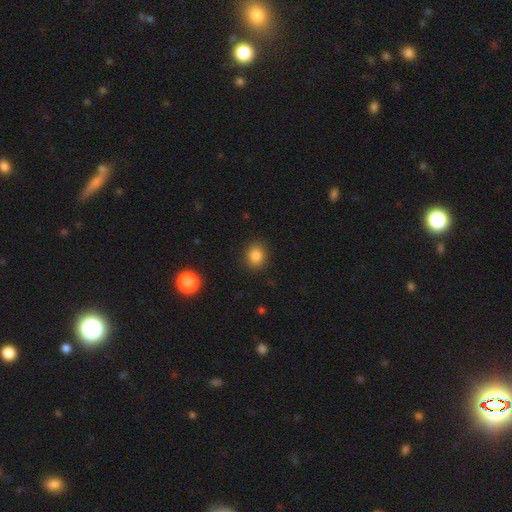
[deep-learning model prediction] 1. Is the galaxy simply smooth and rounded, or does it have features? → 84% smooth, 11% star or artifact, 5% featured or disk.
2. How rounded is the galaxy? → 69% round, 30% in between, 1% cigar-shaped.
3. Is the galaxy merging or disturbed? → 89% none, 8% minor disturbance, 2% major disturbance, 1% merger.